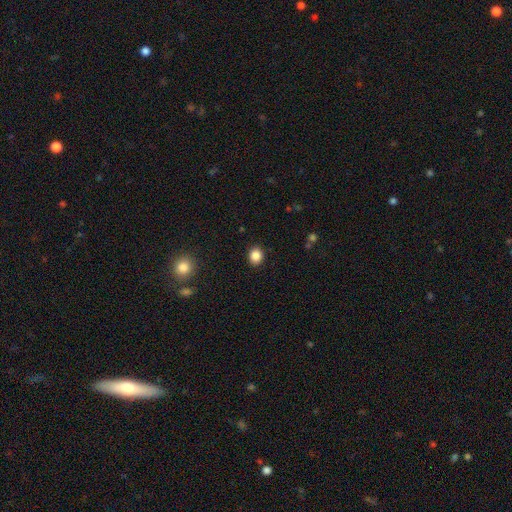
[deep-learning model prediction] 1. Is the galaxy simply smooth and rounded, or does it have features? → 86% smooth, 10% star or artifact, 4% featured or disk.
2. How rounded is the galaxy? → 67% round, 32% in between, 1% cigar-shaped.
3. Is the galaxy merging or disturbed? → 90% none, 6% minor disturbance, 2% major disturbance, 1% merger.